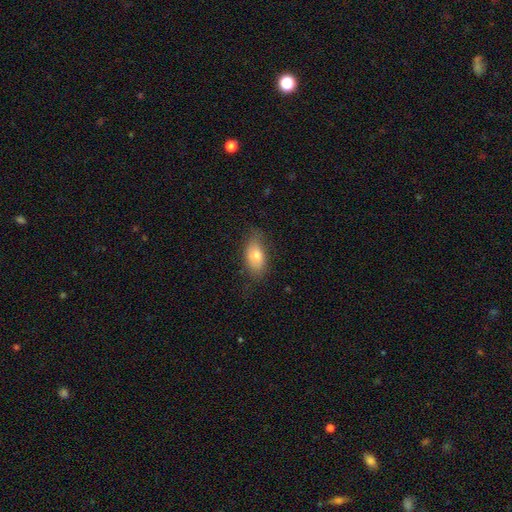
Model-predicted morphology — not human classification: A smooth galaxy with no disk features (76%) that is in between round and cigar-shaped (90%).

Vote fractions:
- Smooth or featured? smooth: 76% / featured or disk: 16% / star or artifact: 7%
- How rounded? in between: 90% / round: 7% / cigar-shaped: 3%
- Merging? none: 73% / minor disturbance: 21% / major disturbance: 6% / merger: 1%